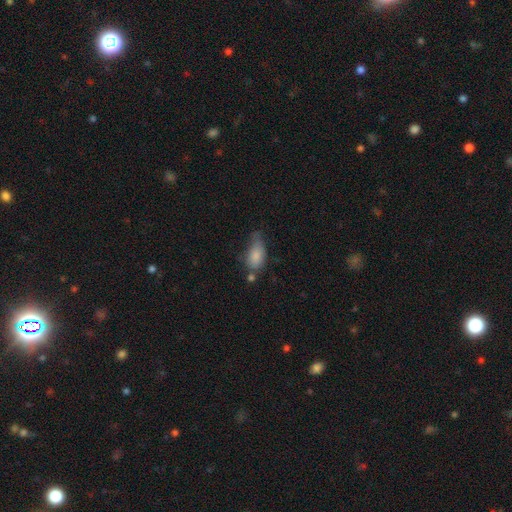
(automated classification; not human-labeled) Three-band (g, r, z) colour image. It shows a smooth galaxy with no disk features (80%) that is in between round and cigar-shaped (88%). Merging: minor disturbance (38%).